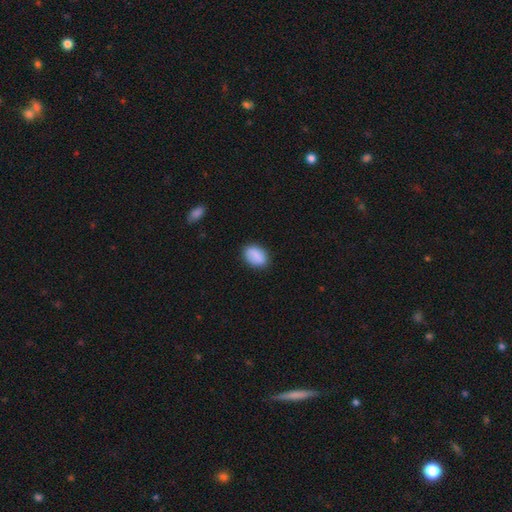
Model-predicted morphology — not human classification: A smooth galaxy with no disk features (85%) that is in between round and cigar-shaped (82%). Merging: none (84%).